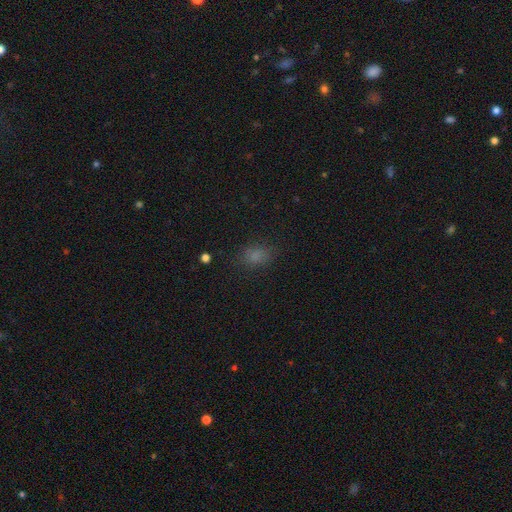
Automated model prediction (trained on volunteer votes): The model was most divided on "how rounded": in between: 68%, round: 30%, cigar-shaped: 2%. More confident: merging — none (77%); smooth or featured — smooth (76%).